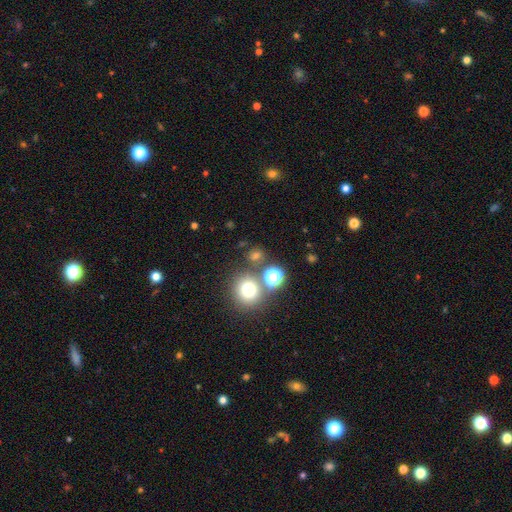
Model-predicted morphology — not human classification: Smooth or featured?
  - smooth: 66% *
  - star or artifact: 27%
  - featured or disk: 8%
How rounded?
  - round: 82% *
  - in between: 17%
  - cigar-shaped: 1%
Merging?
  - none: 72% *
  - merger: 15%
  - minor disturbance: 9%
  - major disturbance: 5%